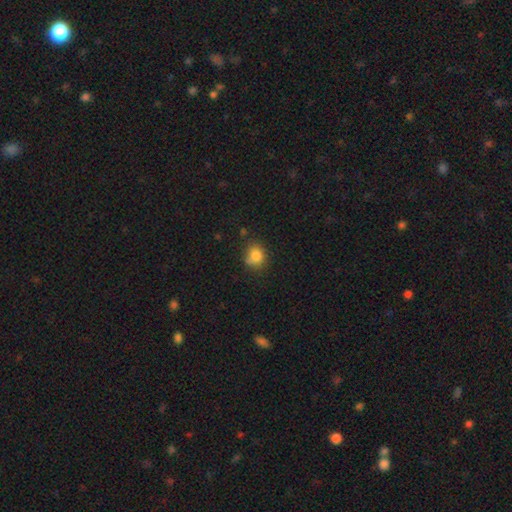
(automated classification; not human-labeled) A smooth galaxy with no disk features (82%) that is round (70%). Merging: none (65%).